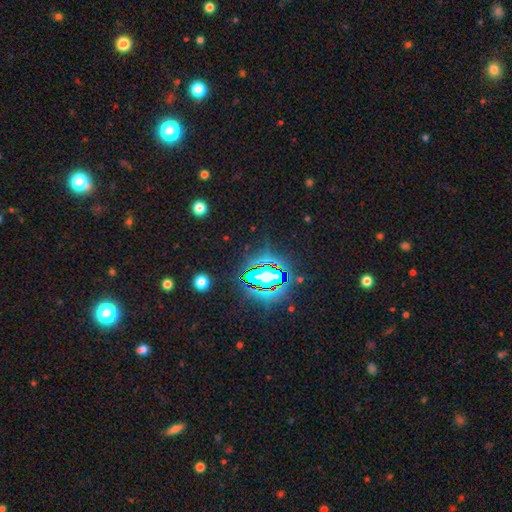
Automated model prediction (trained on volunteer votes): Smooth or featured?
  - star or artifact: 81% *
  - smooth: 11%
  - featured or disk: 7%